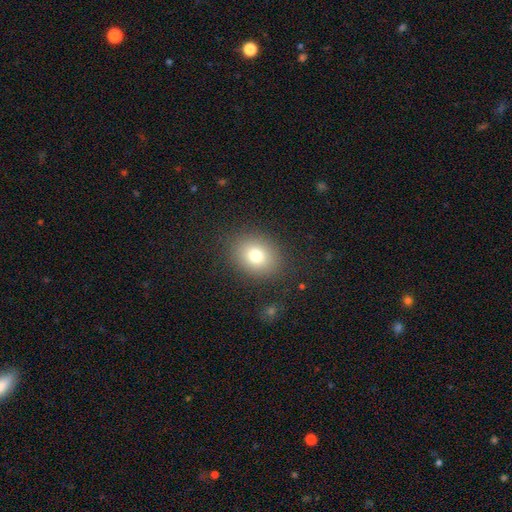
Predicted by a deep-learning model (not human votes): The model was most divided on "how rounded": round: 56%, in between: 43%, cigar-shaped: 1%. More confident: merging — none (85%); smooth or featured — smooth (77%).